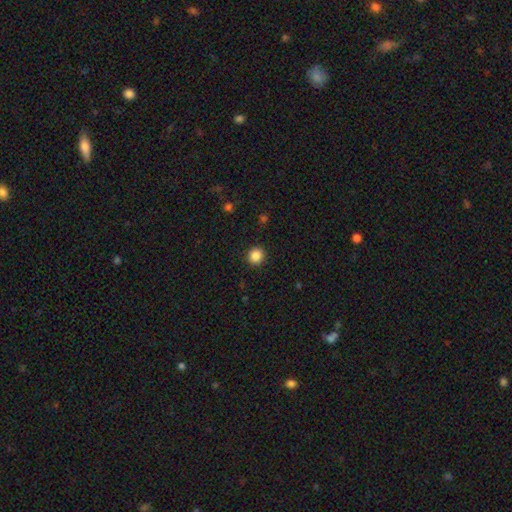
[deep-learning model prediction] Morphology: type=smooth (86%); roundness=round (92%); merging=none (92%).